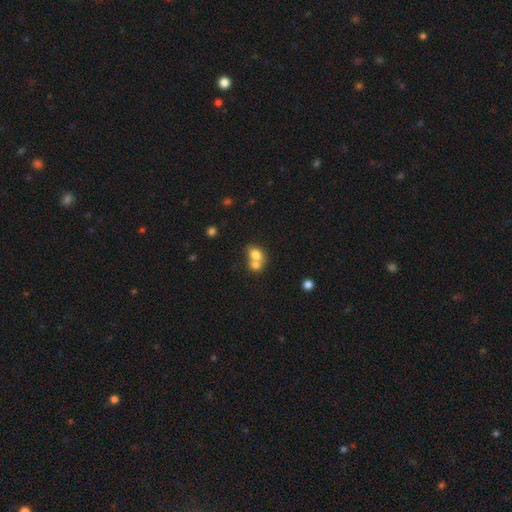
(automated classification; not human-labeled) smooth 74%, featured or disk 17%, star or artifact 10%. Down the decision tree: how rounded — in between (54%); merging — merger (66%).